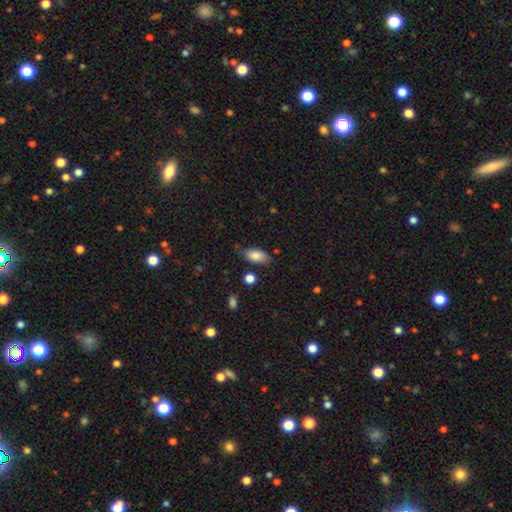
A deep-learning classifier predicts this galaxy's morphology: This is clearly a smooth galaxy (84%). How rounded: clearly in between (90%). Merging: likely none (70%).